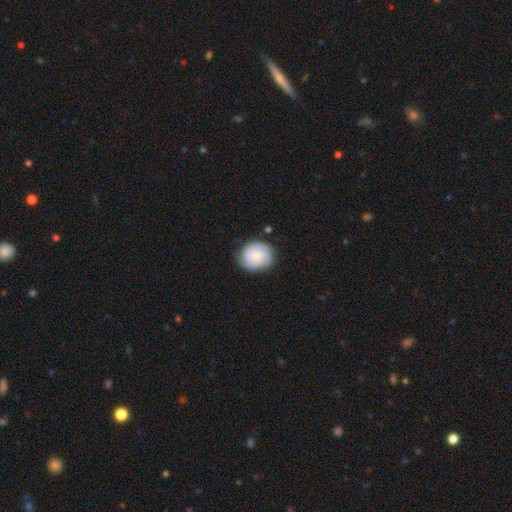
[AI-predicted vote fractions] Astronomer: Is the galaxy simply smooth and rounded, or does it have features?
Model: smooth — 49% (runner-up: featured or disk, 44%).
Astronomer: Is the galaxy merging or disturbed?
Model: none — 79%.